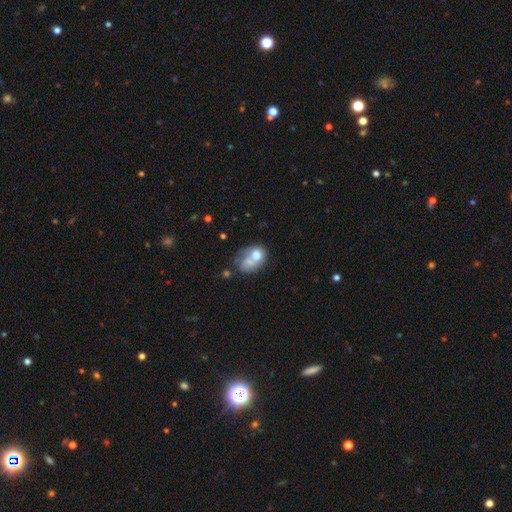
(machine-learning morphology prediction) Overall: smooth (65%; featured or disk 25%). How rounded: in between (65%; round 34%). Merging: merger (49%; none 20%).